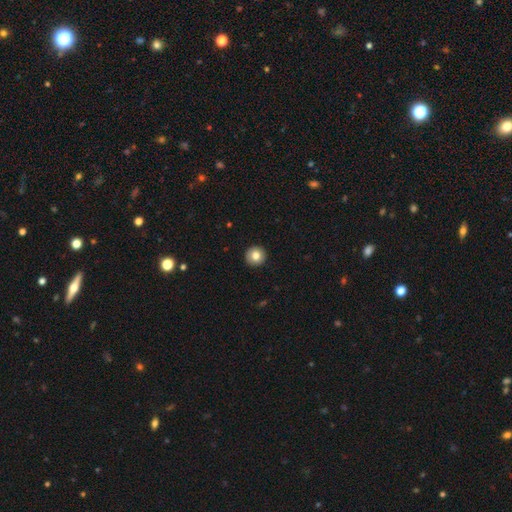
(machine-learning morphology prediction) Smooth or featured?
  - smooth: 81% *
  - featured or disk: 11%
  - star or artifact: 8%
How rounded?
  - round: 95% *
  - in between: 4%
  - cigar-shaped: 1%
Merging?
  - none: 93% *
  - minor disturbance: 5%
  - major disturbance: 1%
  - merger: 1%